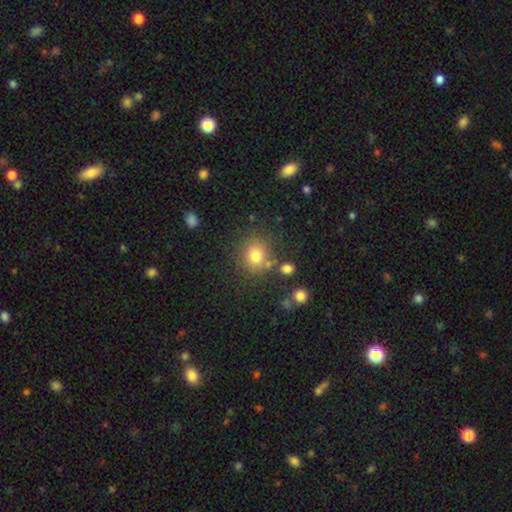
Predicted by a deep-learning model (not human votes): Overall: smooth (77%). How rounded: round (79%). Merging: none (77%).